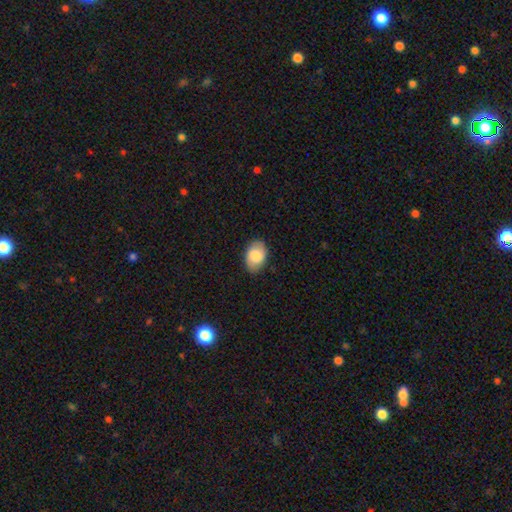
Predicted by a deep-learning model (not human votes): Q: Smooth or featured?
A: smooth (82%); runner-up: featured or disk (12%)
Q: How rounded?
A: in between (87%); runner-up: round (12%)
Q: Merging?
A: none (84%); runner-up: minor disturbance (12%)